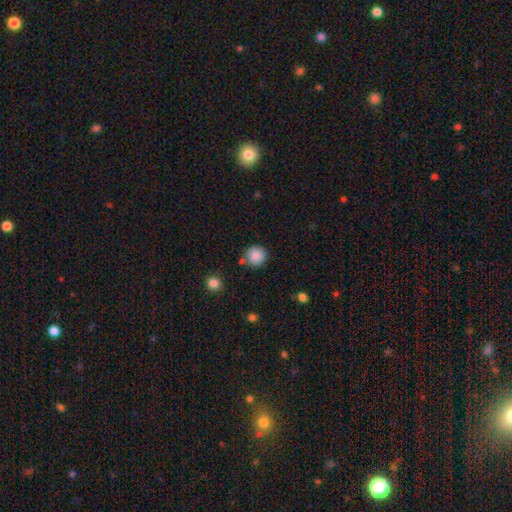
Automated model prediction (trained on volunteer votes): The model was most divided on "merging": none: 81%, minor disturbance: 10%, merger: 6%, major disturbance: 3%. More confident: how rounded — round (93%); smooth or featured — smooth (87%).